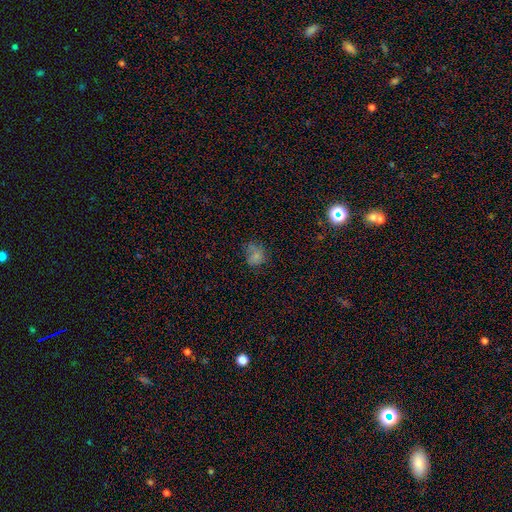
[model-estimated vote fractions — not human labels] The model was most divided on "merging": none: 50%, minor disturbance: 27%, major disturbance: 18%, merger: 5%. More confident: how rounded — round (69%); smooth or featured — smooth (66%).